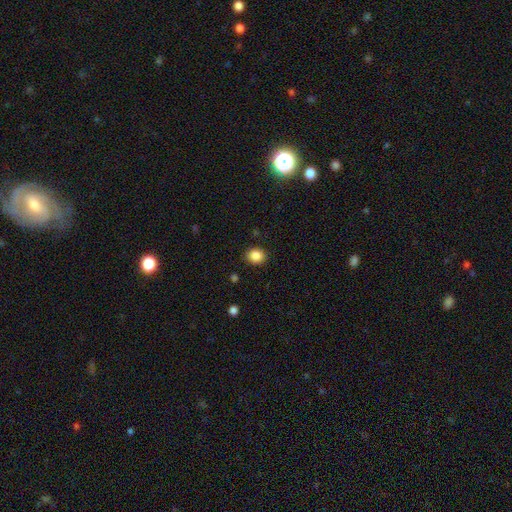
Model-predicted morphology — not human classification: Smooth or featured?
  - smooth: 87% *
  - star or artifact: 10%
  - featured or disk: 4%
How rounded?
  - round: 70% *
  - in between: 29%
  - cigar-shaped: 1%
Merging?
  - none: 88% *
  - minor disturbance: 8%
  - major disturbance: 2%
  - merger: 1%